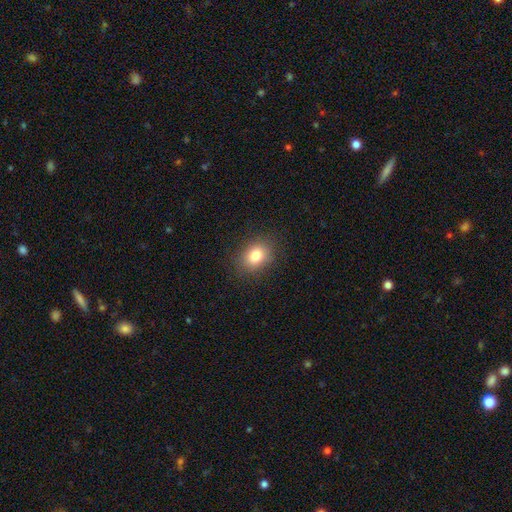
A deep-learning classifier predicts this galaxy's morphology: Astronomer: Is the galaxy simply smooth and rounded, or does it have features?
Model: smooth — 81%.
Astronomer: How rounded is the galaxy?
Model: in between — 58% (runner-up: round, 41%).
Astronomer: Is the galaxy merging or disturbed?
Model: none — 86%.